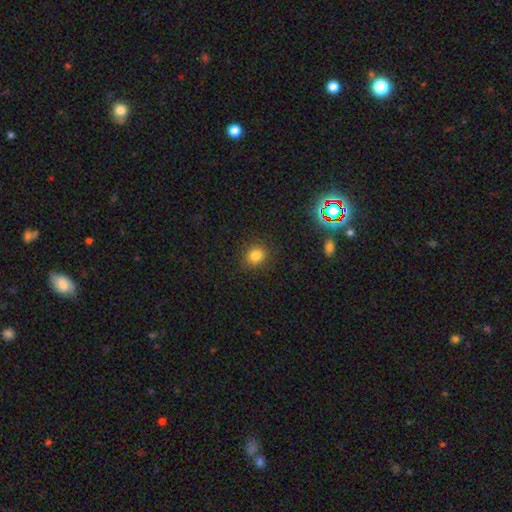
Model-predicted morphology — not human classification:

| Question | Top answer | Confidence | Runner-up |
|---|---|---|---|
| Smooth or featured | smooth | 81% | star or artifact (13%) |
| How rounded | round | 77% | in between (21%) |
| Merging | none | 87% | minor disturbance (9%) |